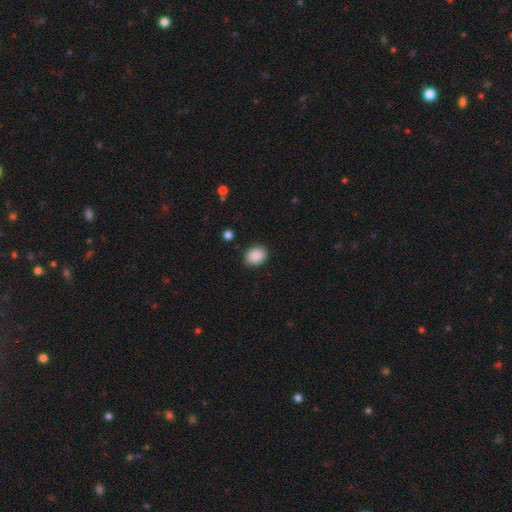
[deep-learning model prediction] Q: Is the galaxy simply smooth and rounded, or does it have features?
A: smooth — 89%.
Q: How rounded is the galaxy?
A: in between — 56%.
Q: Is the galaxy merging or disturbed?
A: none — 87%.